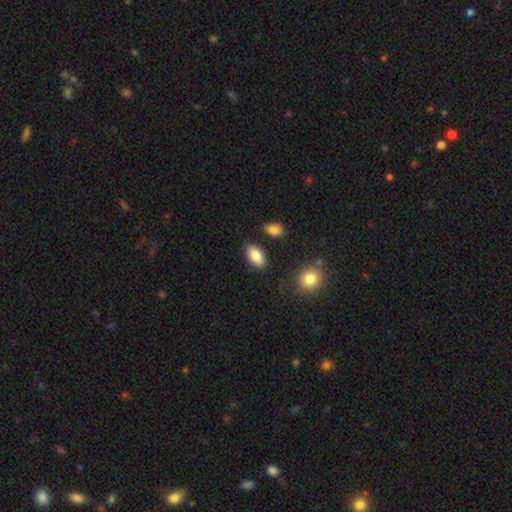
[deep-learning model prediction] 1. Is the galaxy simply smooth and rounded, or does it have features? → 86% smooth, 8% featured or disk, 7% star or artifact.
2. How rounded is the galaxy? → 93% in between, 4% round, 2% cigar-shaped.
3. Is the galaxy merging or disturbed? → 83% none, 11% minor disturbance, 4% merger, 3% major disturbance.